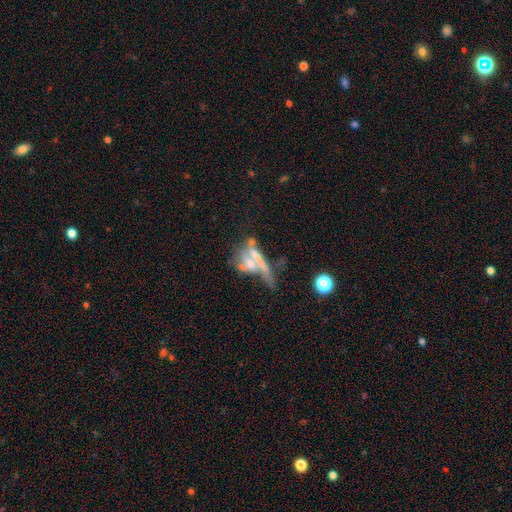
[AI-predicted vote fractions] smooth_or_featured: featured or disk (p=0.55) [alt: smooth p=0.33]
disk_edge_on: no (p=0.68) [alt: yes p=0.32]
merging: merger (p=0.53) [alt: major disturbance p=0.19]